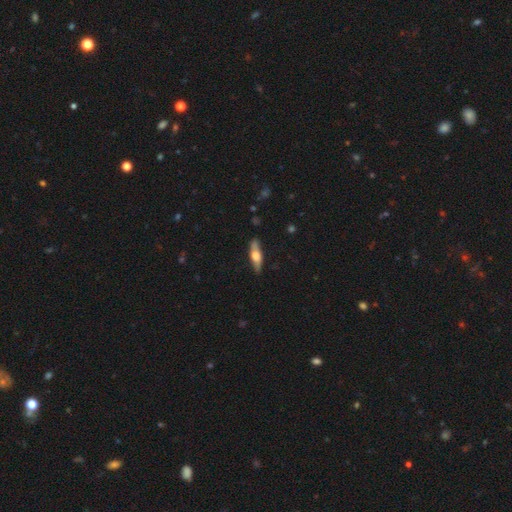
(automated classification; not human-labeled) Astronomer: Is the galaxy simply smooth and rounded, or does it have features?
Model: featured or disk — 52% (runner-up: smooth, 43%).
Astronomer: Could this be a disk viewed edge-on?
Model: yes — 89%.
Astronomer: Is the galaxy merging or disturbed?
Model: none — 84%.